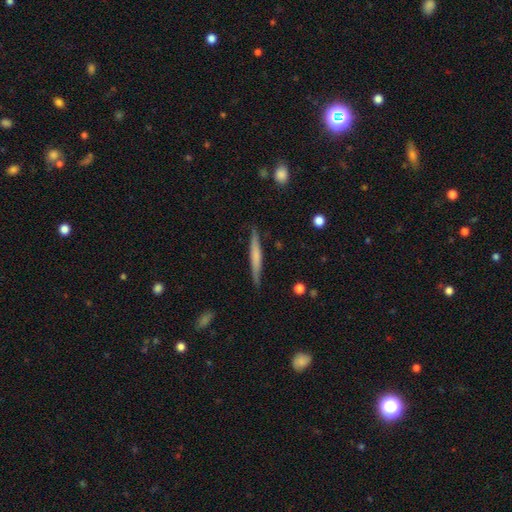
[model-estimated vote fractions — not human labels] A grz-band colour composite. It shows a smooth galaxy with no disk features (53%) that is cigar-shaped (95%). Merging: none (87%).